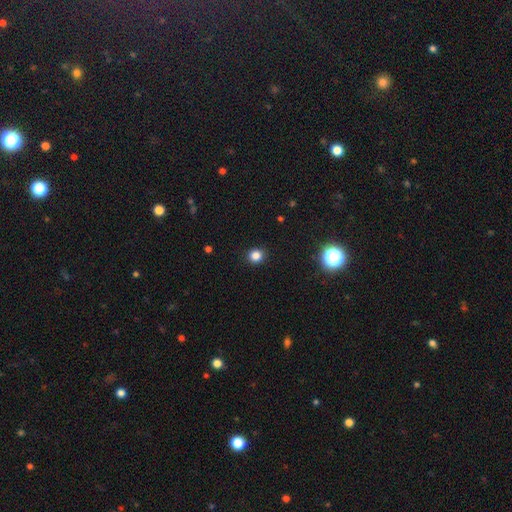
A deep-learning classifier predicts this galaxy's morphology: type=smooth (82%); roundness=round (86%); merging=none (91%).